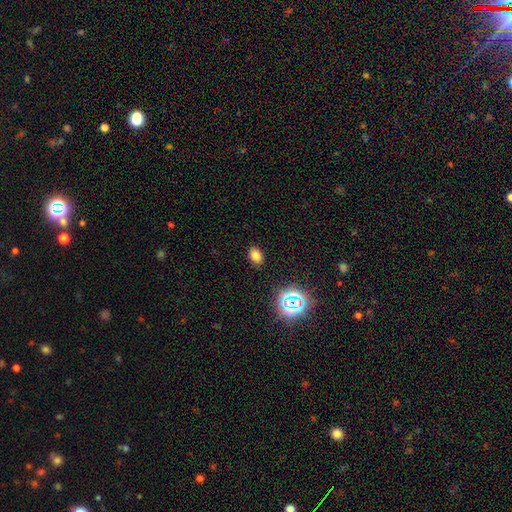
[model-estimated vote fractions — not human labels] This appears to be a smooth galaxy with no disk features (76%) that is in between round and cigar-shaped (78%). Merging: none (88%).